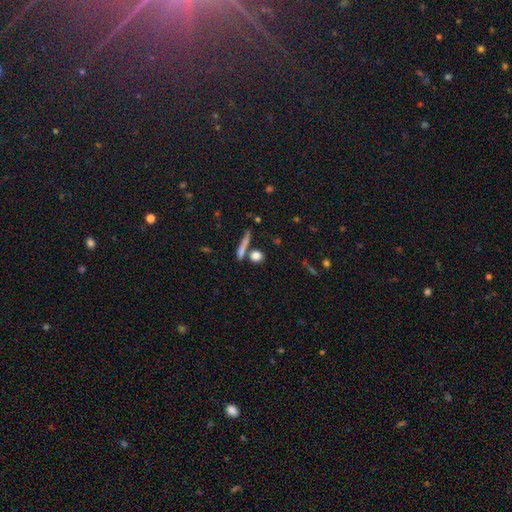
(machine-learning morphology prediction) Smooth or featured?
  - smooth: 77% *
  - featured or disk: 12%
  - star or artifact: 11%
How rounded?
  - round: 57% *
  - cigar-shaped: 22%
  - in between: 21%
Merging?
  - none: 69% *
  - merger: 19%
  - minor disturbance: 9%
  - major disturbance: 4%